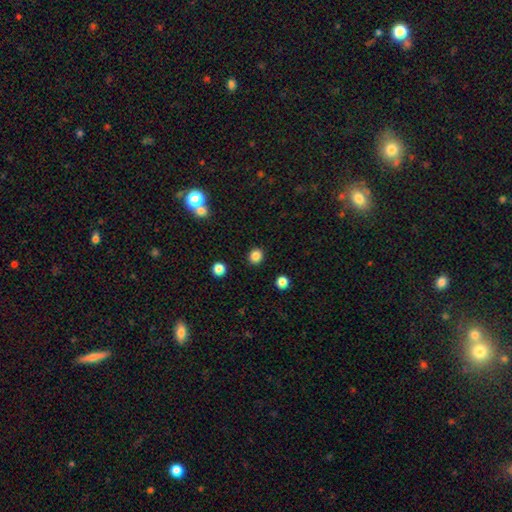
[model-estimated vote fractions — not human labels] Smooth or featured?
  - smooth: 84% *
  - star or artifact: 12%
  - featured or disk: 4%
How rounded?
  - round: 88% *
  - in between: 11%
  - cigar-shaped: 1%
Merging?
  - none: 92% *
  - minor disturbance: 5%
  - major disturbance: 2%
  - merger: 2%